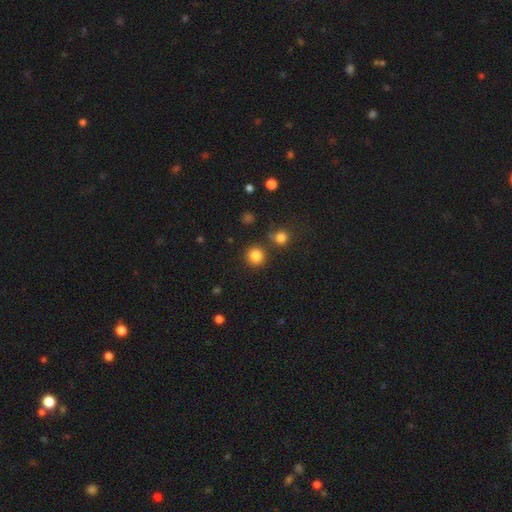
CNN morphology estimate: Smooth or featured? Predicted: smooth (p=0.84). How rounded? Predicted: round (p=0.93). Merging? Predicted: none (p=0.85).